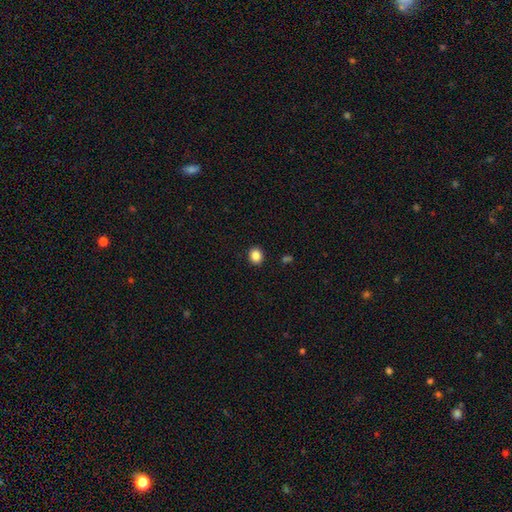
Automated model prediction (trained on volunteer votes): A smooth galaxy with no disk features (86%) that is round (74%).

Vote fractions:
- Smooth or featured? smooth: 86% / star or artifact: 10% / featured or disk: 4%
- How rounded? round: 74% / in between: 25% / cigar-shaped: 1%
- Merging? none: 91% / minor disturbance: 6% / major disturbance: 2% / merger: 1%